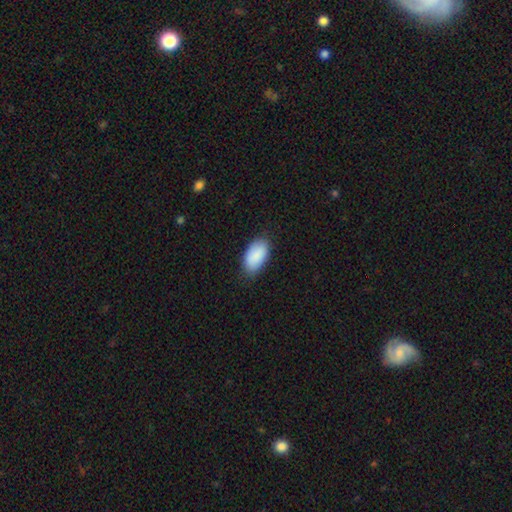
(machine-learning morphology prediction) type=smooth (89%); roundness=in between (95%); merging=none (81%).